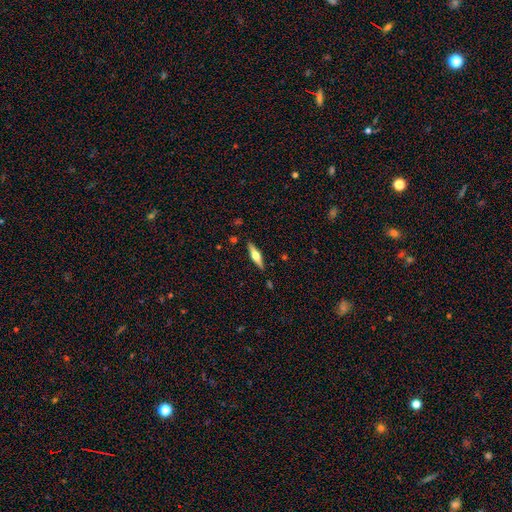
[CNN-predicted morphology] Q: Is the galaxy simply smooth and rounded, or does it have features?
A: featured or disk — 64%.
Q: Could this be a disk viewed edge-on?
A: yes — 96%.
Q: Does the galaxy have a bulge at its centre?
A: rounded — 94%.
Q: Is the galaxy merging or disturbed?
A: none — 89%.